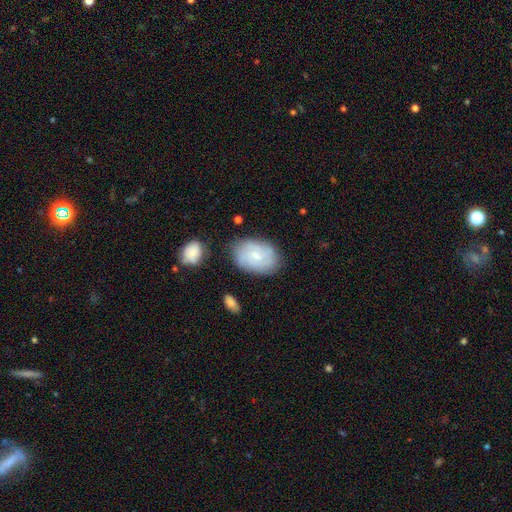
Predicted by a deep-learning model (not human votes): This is possibly a featured or disk galaxy (57%). It is clearly not viewed edge-on (96%). Bar: likely no (62%). Spiral arm pattern: clearly yes (83%). Central bulge: likely small (69%). Merging: likely none (77%).